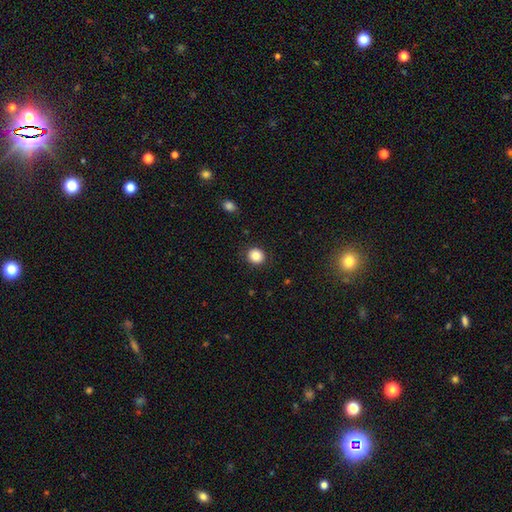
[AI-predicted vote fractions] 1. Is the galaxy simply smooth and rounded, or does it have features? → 85% smooth, 10% star or artifact, 5% featured or disk.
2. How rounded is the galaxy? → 85% round, 14% in between, 1% cigar-shaped.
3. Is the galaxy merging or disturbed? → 90% none, 7% minor disturbance, 2% major disturbance, 1% merger.